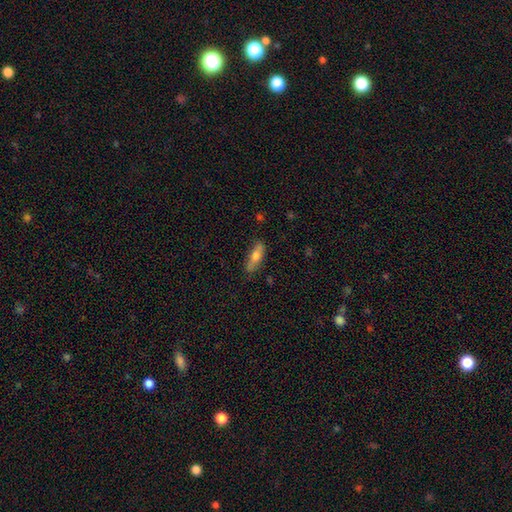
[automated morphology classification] A smooth galaxy with no disk features (65%) that is in between round and cigar-shaped (52%). Merging: none (77%).